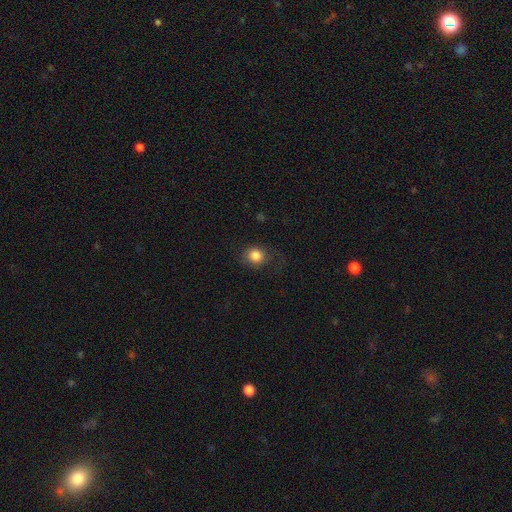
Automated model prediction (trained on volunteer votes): smooth-or-featured: smooth: 84% | star or artifact: 9% | featured or disk: 7%
  how-rounded: round: 77% | in between: 22% | cigar-shaped: 1%
  merging: none: 68% | minor disturbance: 19% | major disturbance: 11% | merger: 1%